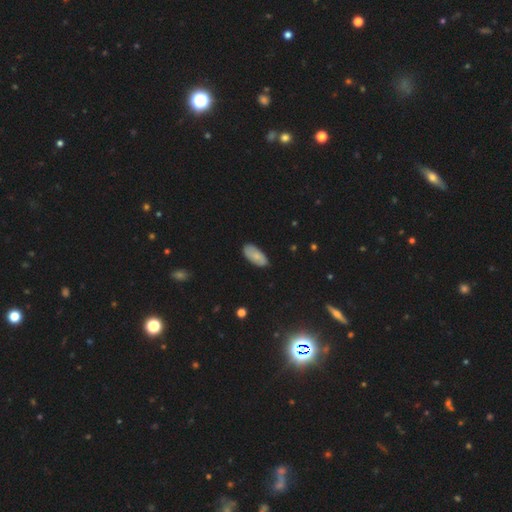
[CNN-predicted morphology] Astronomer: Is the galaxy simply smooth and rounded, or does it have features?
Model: smooth — 76%.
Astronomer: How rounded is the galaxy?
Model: in between — 93%.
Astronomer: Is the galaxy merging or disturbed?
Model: none — 81%.